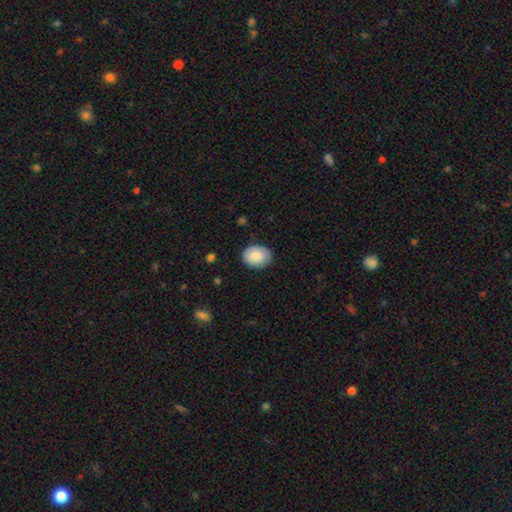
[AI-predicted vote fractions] smooth-or-featured: smooth: 85% | featured or disk: 8% | star or artifact: 7%
  how-rounded: in between: 64% | round: 36% | cigar-shaped: 1%
  merging: none: 83% | minor disturbance: 13% | major disturbance: 3% | merger: 1%